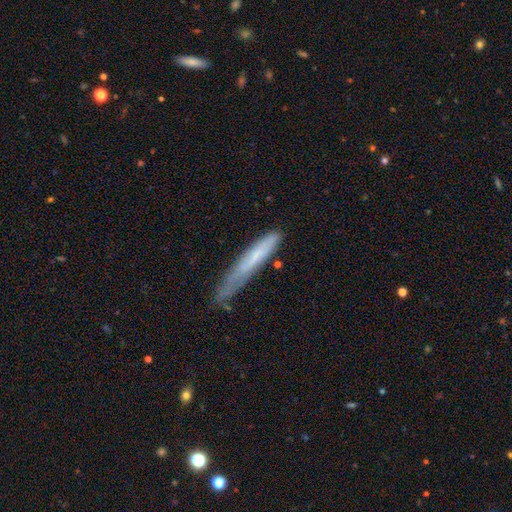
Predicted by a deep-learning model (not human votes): Smooth or featured: smooth — 60% (featured or disk — 32%)
How rounded: cigar-shaped — 95% (in between — 4%)
Merging: none — 58% (minor disturbance — 30%)